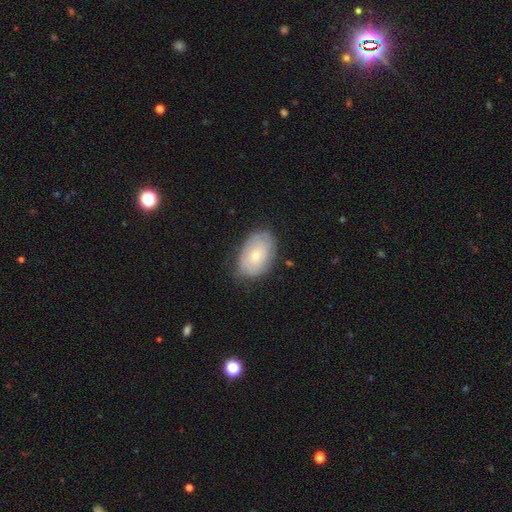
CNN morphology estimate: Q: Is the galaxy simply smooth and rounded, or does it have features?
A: smooth — 56%.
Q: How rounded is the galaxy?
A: in between — 85%.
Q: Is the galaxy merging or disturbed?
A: none — 71%.